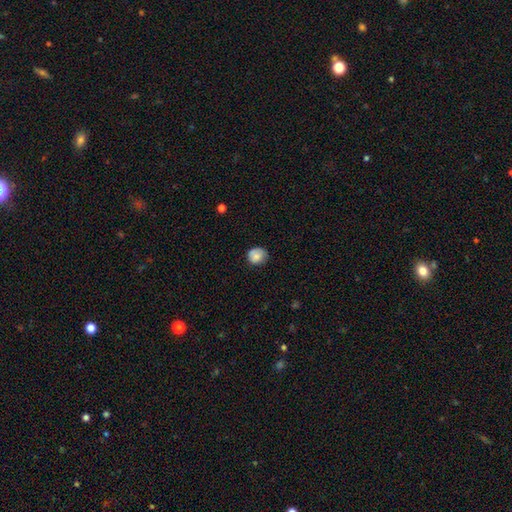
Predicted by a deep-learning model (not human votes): Q: Smooth or featured?
A: smooth (78%); runner-up: featured or disk (14%)
Q: How rounded?
A: round (76%); runner-up: in between (23%)
Q: Merging?
A: none (67%); runner-up: minor disturbance (25%)